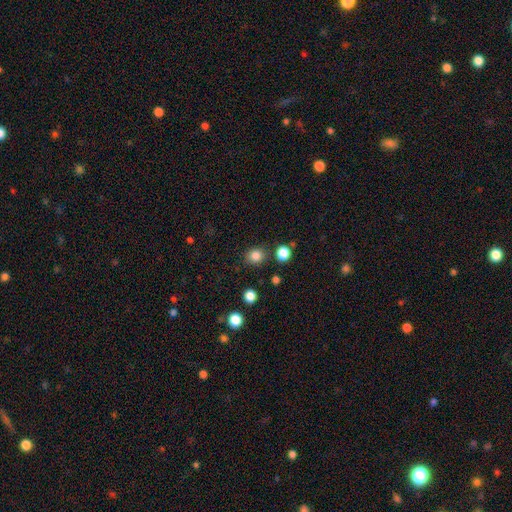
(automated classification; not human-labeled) smooth 83%, star or artifact 12%, featured or disk 5%. Down the decision tree: how rounded — round (80%); merging — none (84%).